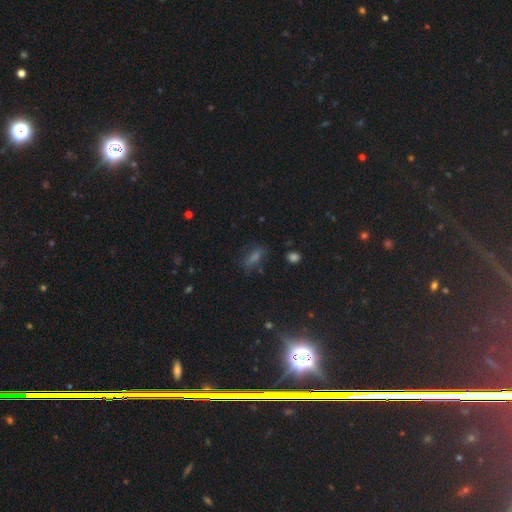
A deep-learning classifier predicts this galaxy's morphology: Q: Smooth or featured?
A: smooth (44%); runner-up: star or artifact (39%)
Q: Merging?
A: none (70%); runner-up: minor disturbance (18%)